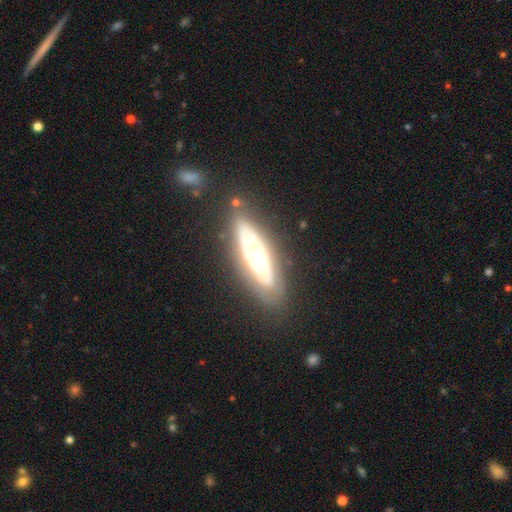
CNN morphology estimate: Q: Smooth or featured?
A: featured or disk (63%); runner-up: smooth (30%)
Q: Edge-on disk?
A: no (54%); runner-up: yes (46%)
Q: Merging?
A: none (75%); runner-up: minor disturbance (16%)